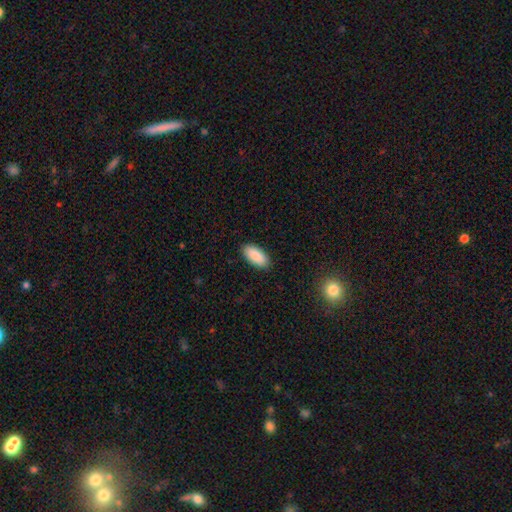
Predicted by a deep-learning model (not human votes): A smooth galaxy with no disk features (89%) that is in between round and cigar-shaped (92%). Merging: none (89%).